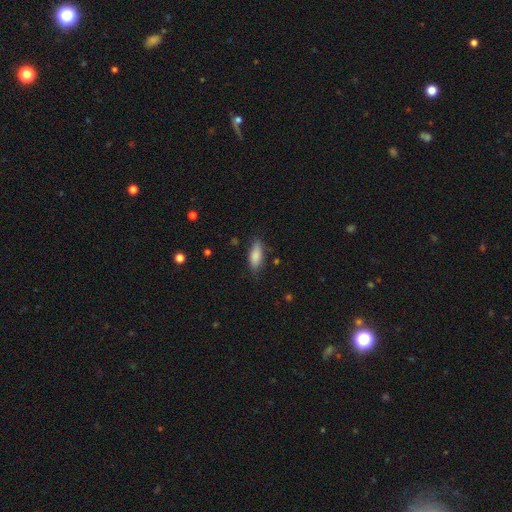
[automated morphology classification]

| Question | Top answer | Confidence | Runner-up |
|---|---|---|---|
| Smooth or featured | smooth | 83% | featured or disk (11%) |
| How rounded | in between | 70% | cigar-shaped (27%) |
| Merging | none | 77% | minor disturbance (18%) |